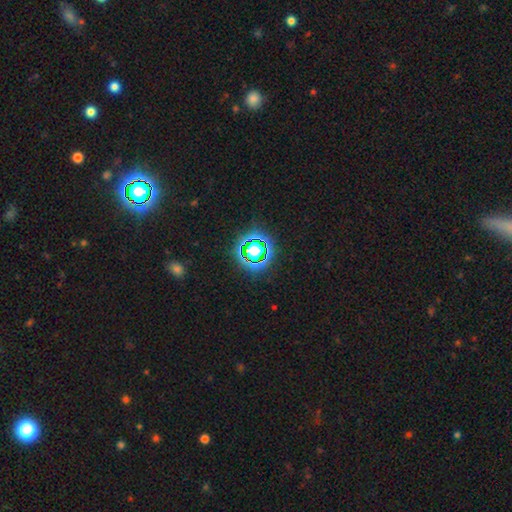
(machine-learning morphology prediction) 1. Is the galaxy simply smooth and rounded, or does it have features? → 80% star or artifact, 13% smooth, 6% featured or disk.